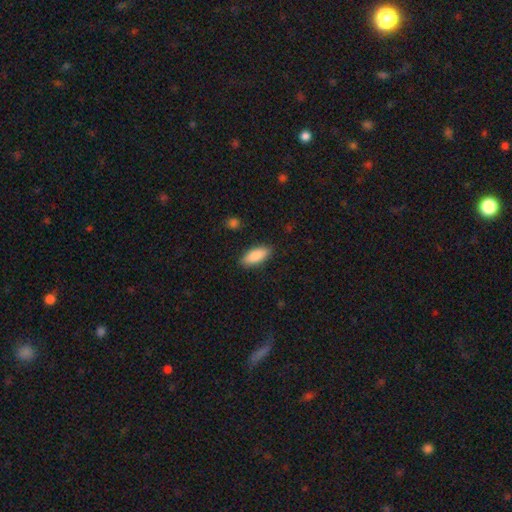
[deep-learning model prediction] This is clearly a smooth galaxy (85%). How rounded: clearly in between (81%). Merging: clearly none (88%).